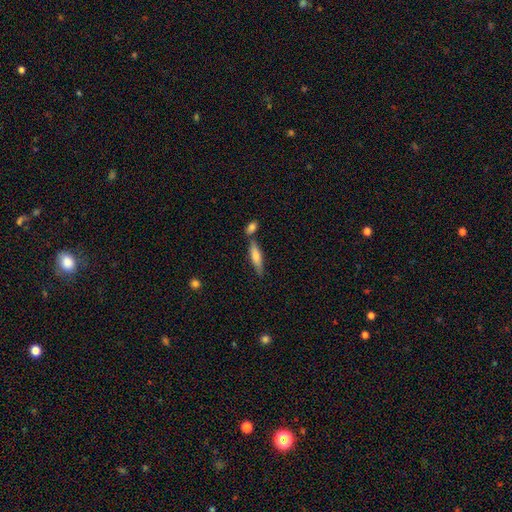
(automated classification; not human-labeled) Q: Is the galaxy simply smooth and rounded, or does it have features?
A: smooth — 61%.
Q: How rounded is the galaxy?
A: cigar-shaped — 71%.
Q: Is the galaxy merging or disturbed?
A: none — 67%.